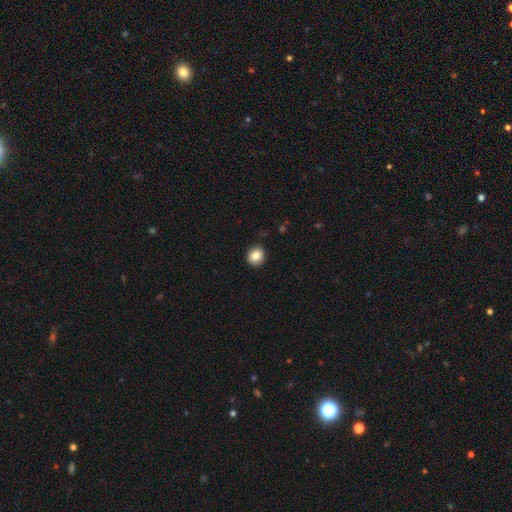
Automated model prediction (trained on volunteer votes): Morphology: type=smooth (85%); roundness=round (76%); merging=none (89%).